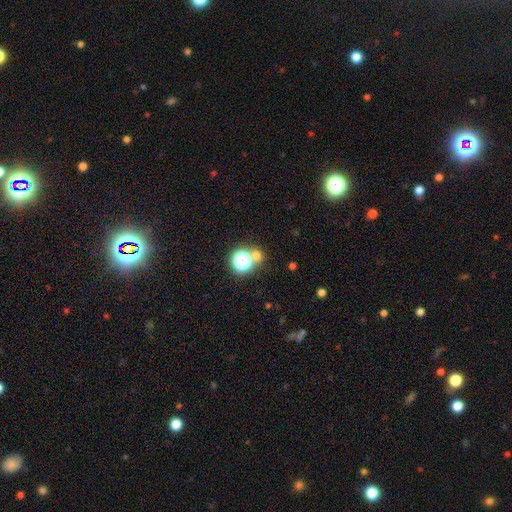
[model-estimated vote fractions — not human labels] smooth 58%, star or artifact 34%, featured or disk 8%. Down the decision tree: how rounded — round (85%); merging — none (62%).